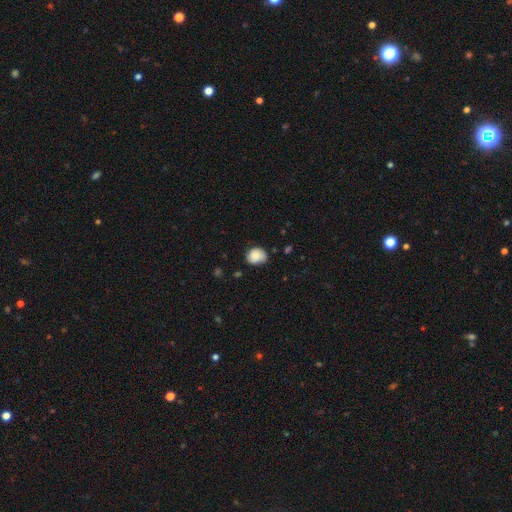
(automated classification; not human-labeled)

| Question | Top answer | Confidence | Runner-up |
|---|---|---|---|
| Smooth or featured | smooth | 84% | star or artifact (8%) |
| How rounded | round | 61% | in between (38%) |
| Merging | none | 60% | minor disturbance (32%) |